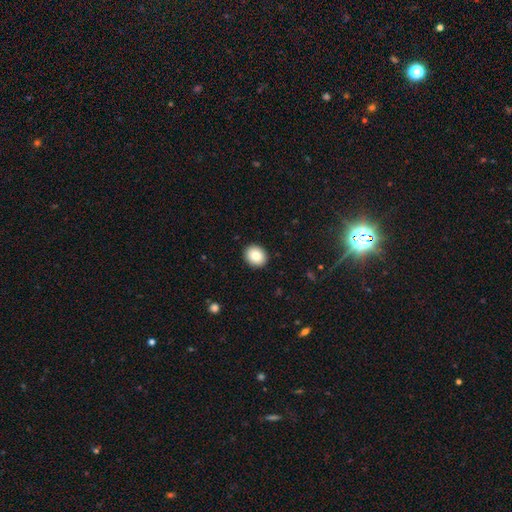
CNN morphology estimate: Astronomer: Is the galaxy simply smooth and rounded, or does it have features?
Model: smooth — 84%.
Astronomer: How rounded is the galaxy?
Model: round — 70%.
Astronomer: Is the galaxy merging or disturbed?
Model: none — 92%.